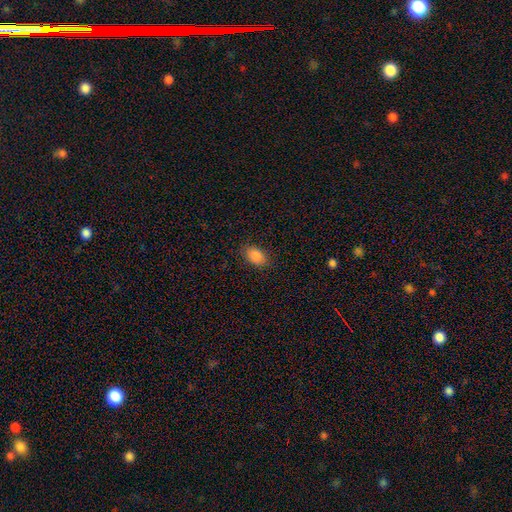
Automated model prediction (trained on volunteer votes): Overall: smooth (88%). How rounded: in between (85%). Merging: none (85%).